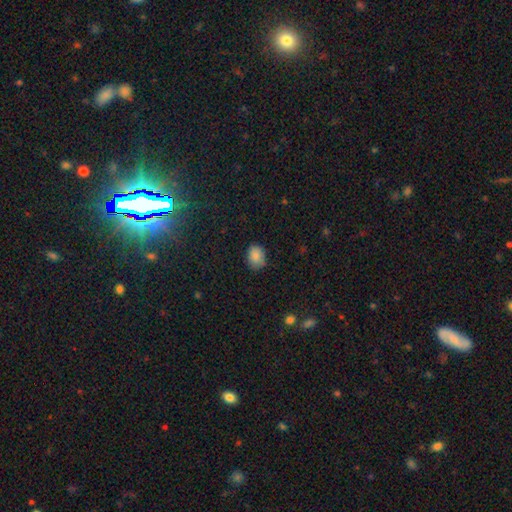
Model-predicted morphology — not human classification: smooth 86%, star or artifact 9%, featured or disk 5%. Down the decision tree: how rounded — in between (57%); merging — none (79%).